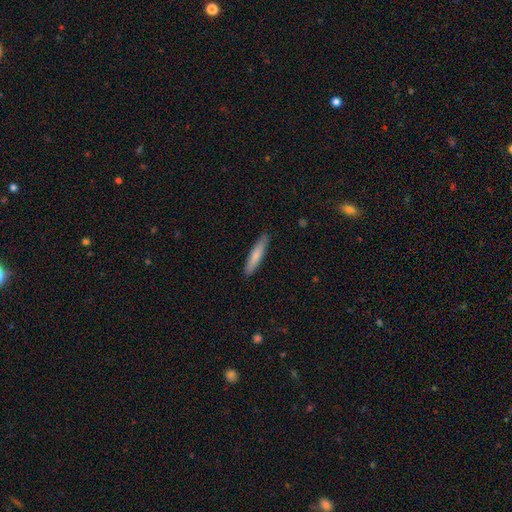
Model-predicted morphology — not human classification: Smooth or featured: smooth — 75% (featured or disk — 20%)
How rounded: cigar-shaped — 87% (in between — 12%)
Merging: none — 89% (minor disturbance — 8%)